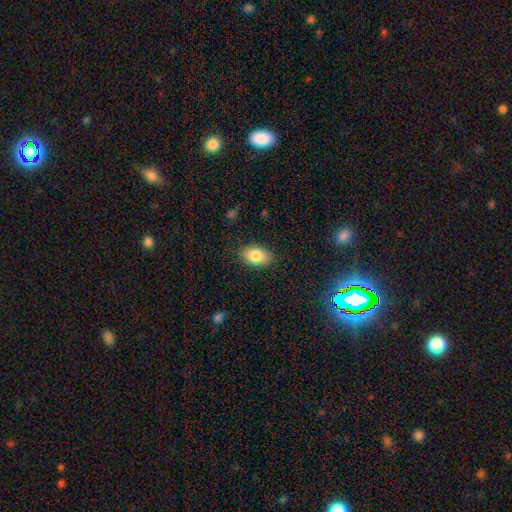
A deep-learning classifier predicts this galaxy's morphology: type=smooth (84%); roundness=in between (90%); merging=none (85%).